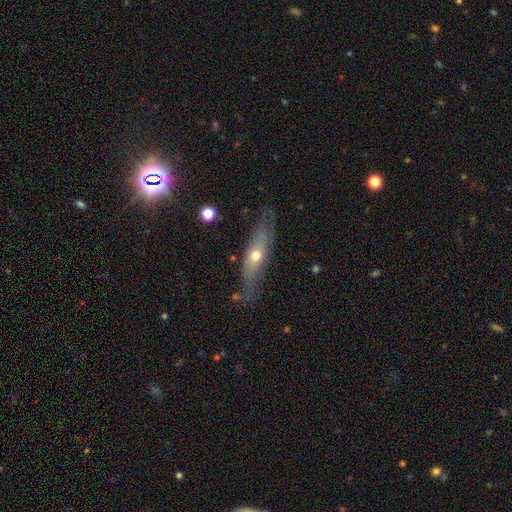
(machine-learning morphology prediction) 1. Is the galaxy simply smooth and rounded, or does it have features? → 53% featured or disk, 40% smooth, 6% star or artifact.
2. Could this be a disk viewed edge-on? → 57% yes, 43% no.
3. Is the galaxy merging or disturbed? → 71% none, 19% minor disturbance, 7% major disturbance, 3% merger.